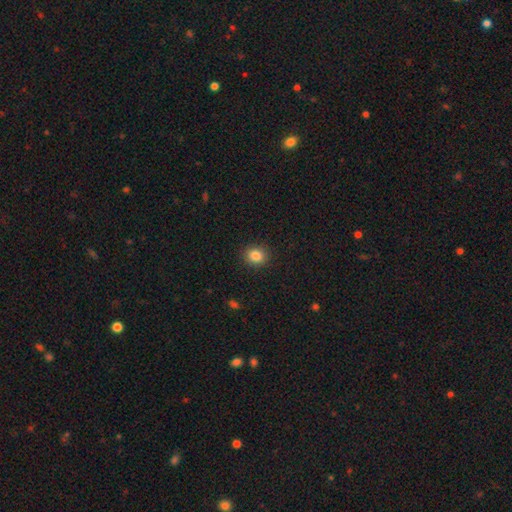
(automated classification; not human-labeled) Overall: smooth (84%). How rounded: round (72%). Merging: none (90%).